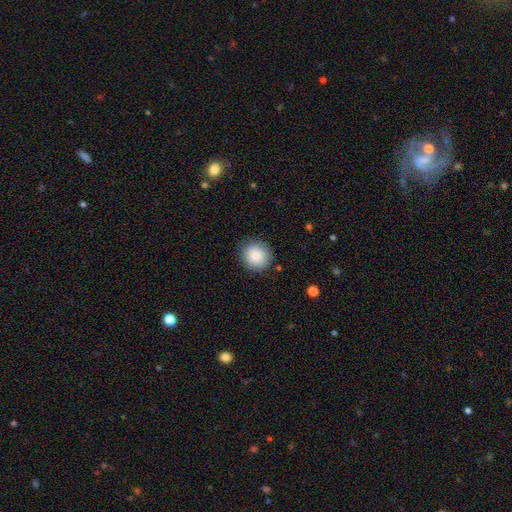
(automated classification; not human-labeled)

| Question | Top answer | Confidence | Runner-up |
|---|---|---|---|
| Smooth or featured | smooth | 87% | star or artifact (8%) |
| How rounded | round | 89% | in between (10%) |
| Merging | none | 88% | minor disturbance (8%) |